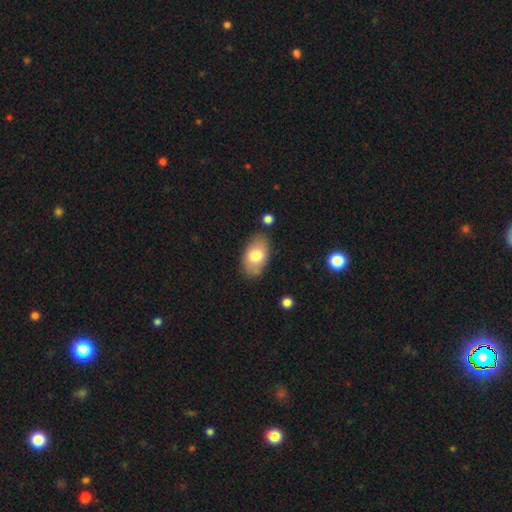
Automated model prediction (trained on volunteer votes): A smooth galaxy with no disk features (75%) that is in between round and cigar-shaped (91%).

Vote fractions:
- Smooth or featured? smooth: 75% / featured or disk: 18% / star or artifact: 7%
- How rounded? in between: 91% / round: 8% / cigar-shaped: 1%
- Merging? none: 79% / minor disturbance: 14% / merger: 4% / major disturbance: 3%